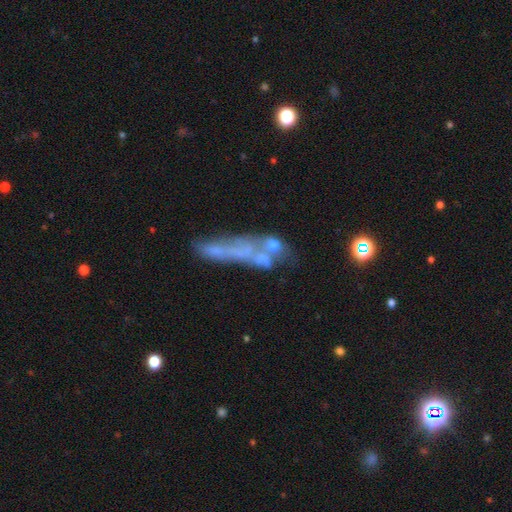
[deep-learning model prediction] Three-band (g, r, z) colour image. It shows a featured or disk galaxy (48%). Merging: merger (34%).